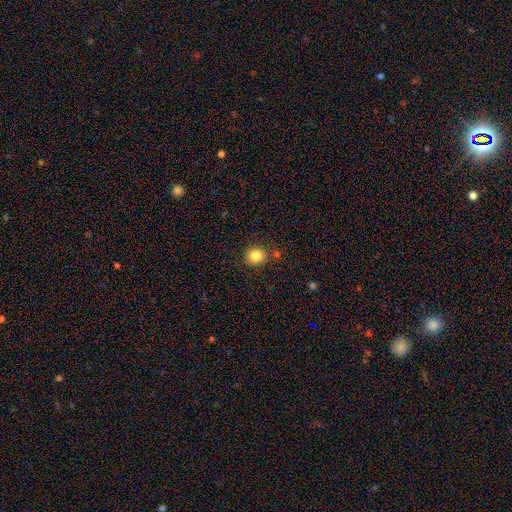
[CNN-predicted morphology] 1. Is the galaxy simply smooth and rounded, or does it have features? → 84% smooth, 11% star or artifact, 6% featured or disk.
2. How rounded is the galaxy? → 85% round, 15% in between, 1% cigar-shaped.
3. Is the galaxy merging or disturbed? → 82% none, 10% minor disturbance, 6% merger, 3% major disturbance.